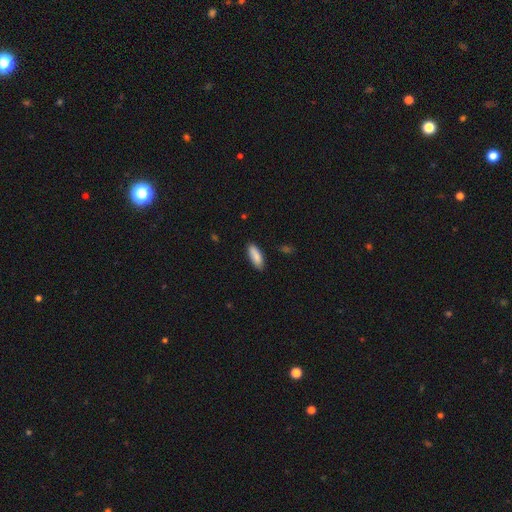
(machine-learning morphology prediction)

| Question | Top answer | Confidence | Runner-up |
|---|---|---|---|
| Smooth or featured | smooth | 88% | featured or disk (6%) |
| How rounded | in between | 70% | cigar-shaped (29%) |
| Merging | none | 86% | minor disturbance (11%) |